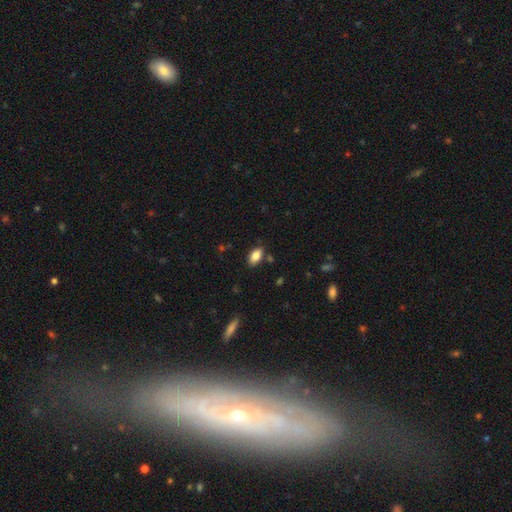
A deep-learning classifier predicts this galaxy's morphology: Smooth or featured? Predicted: smooth (p=0.85). How rounded? Predicted: in between (p=0.92). Merging? Predicted: none (p=0.81).